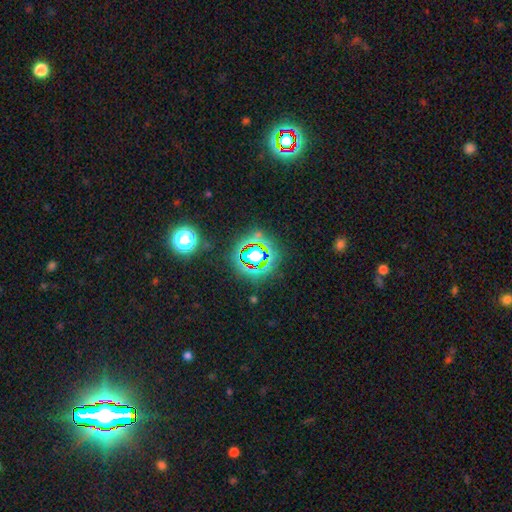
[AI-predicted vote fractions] Smooth or featured: star or artifact — 66% (smooth — 21%)